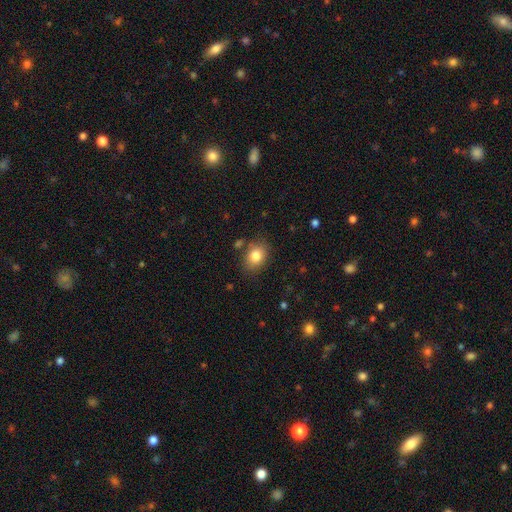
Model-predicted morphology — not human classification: The model was most divided on "how rounded": in between: 59%, round: 40%, cigar-shaped: 1%. More confident: smooth or featured — smooth (82%); merging — none (80%).